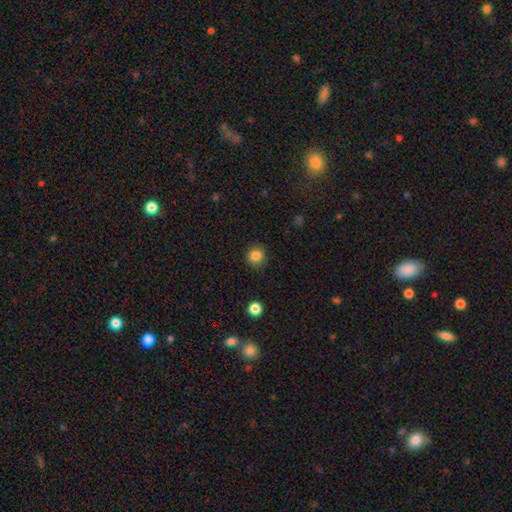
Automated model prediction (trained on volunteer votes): This appears to be a smooth galaxy with no disk features (84%) that is round (89%). Merging: none (88%).